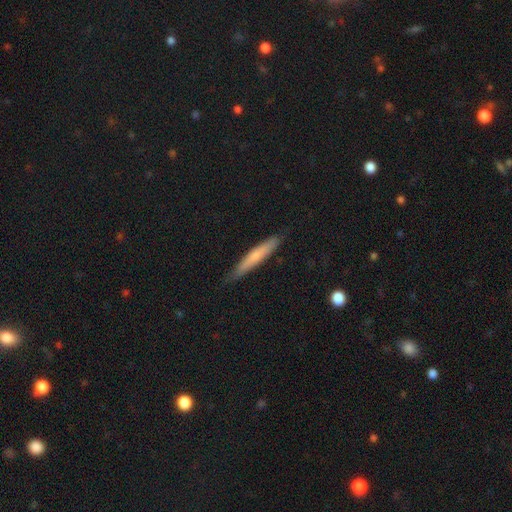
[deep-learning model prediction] Morphology: type=smooth (65%); roundness=cigar-shaped (93%); merging=none (83%).